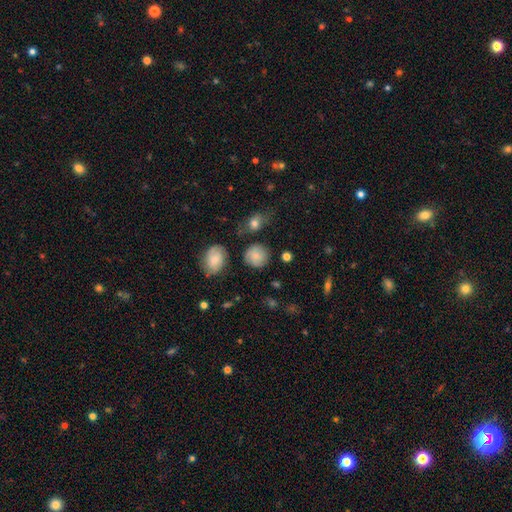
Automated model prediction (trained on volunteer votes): Q: Smooth or featured?
A: smooth (70%); runner-up: featured or disk (20%)
Q: How rounded?
A: round (85%); runner-up: in between (14%)
Q: Merging?
A: none (74%); runner-up: minor disturbance (16%)